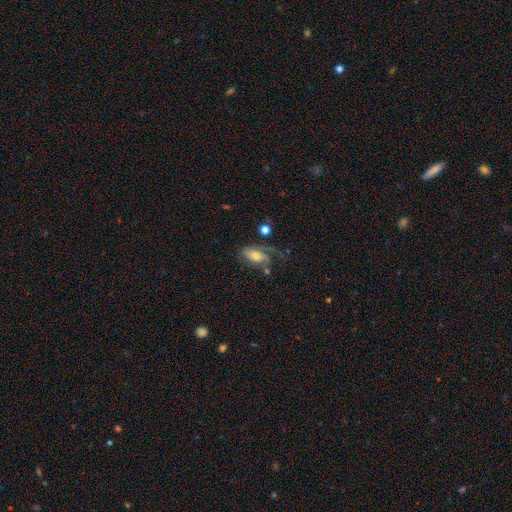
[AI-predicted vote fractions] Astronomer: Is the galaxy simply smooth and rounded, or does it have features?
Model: featured or disk — 51% (runner-up: smooth, 41%).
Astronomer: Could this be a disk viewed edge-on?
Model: no — 90%.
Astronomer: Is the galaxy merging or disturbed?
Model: none — 38% (runner-up: major disturbance, 32%).